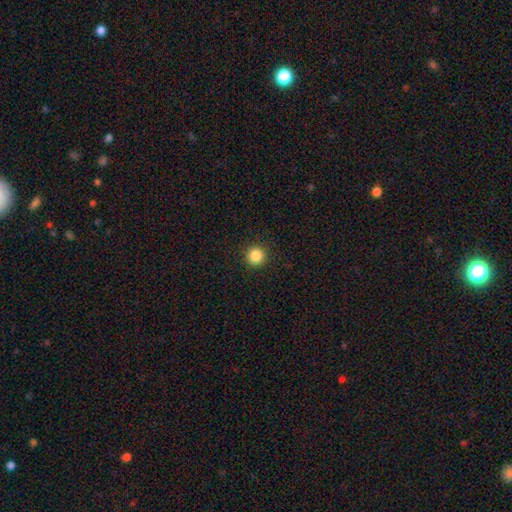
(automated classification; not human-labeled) smooth-or-featured: smooth: 86% | star or artifact: 11% | featured or disk: 4%
  how-rounded: round: 95% | in between: 4% | cigar-shaped: 1%
  merging: none: 92% | minor disturbance: 5% | major disturbance: 2% | merger: 1%